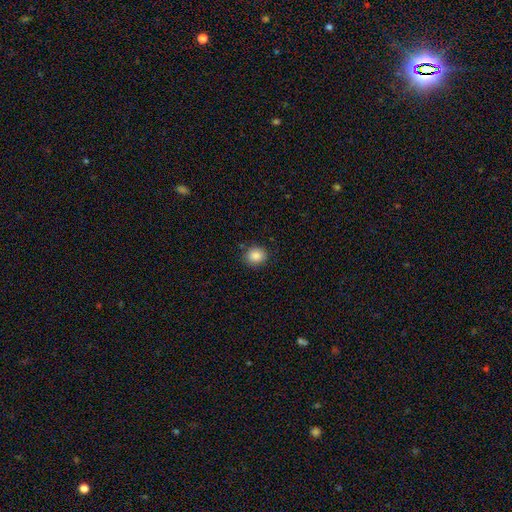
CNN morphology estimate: This appears to be a smooth galaxy with no disk features (87%) that is round (76%). Merging: none (87%).